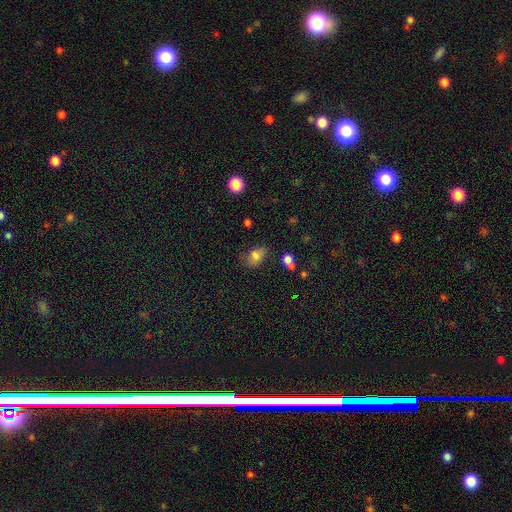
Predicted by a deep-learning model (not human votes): Smooth or featured? Predicted: smooth (p=0.75). How rounded? Predicted: in between (p=0.80). Merging? Predicted: none (p=0.52).